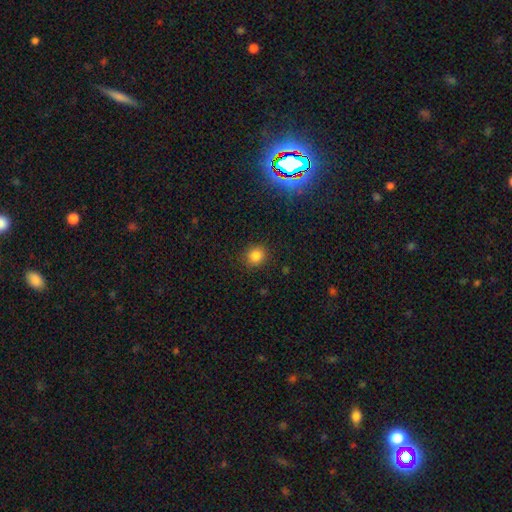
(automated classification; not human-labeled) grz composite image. It shows a smooth galaxy with no disk features (83%) that is round (79%). Merging: none (89%).